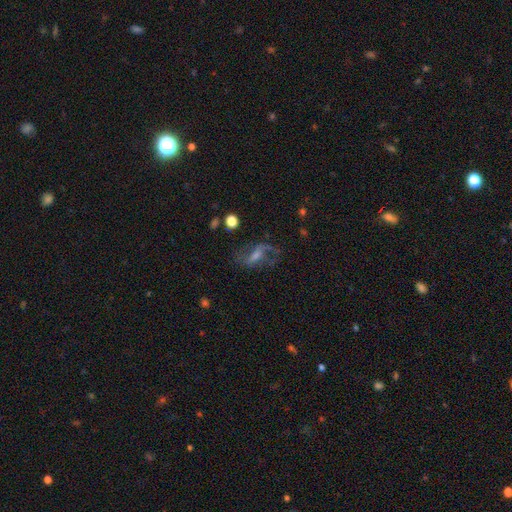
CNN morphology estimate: Q: Smooth or featured?
A: featured or disk (70%); runner-up: smooth (17%)
Q: Edge-on disk?
A: no (93%); runner-up: yes (7%)
Q: Bar?
A: weak (46%); runner-up: strong (29%)
Q: Spiral arms?
A: yes (87%); runner-up: no (13%)
Q: Spiral winding?
A: loose (60%); runner-up: medium (31%)
Q: Spiral arm count?
A: 2 (79%); runner-up: can't tell (9%)
Q: Bulge size?
A: small (41%); runner-up: moderate (38%)
Q: Merging?
A: none (63%); runner-up: major disturbance (17%)